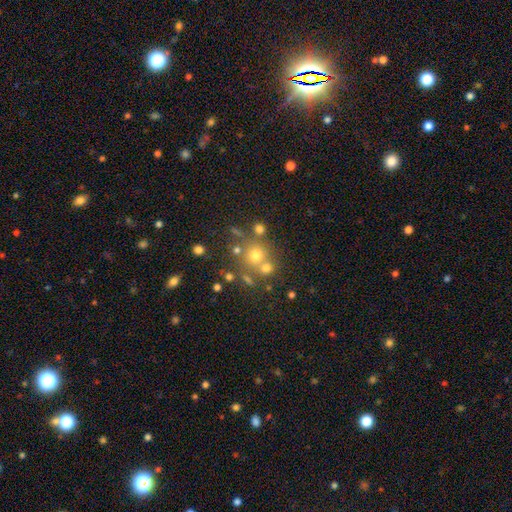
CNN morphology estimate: This is likely a smooth galaxy (60%). How rounded: clearly round (88%). Merging: possibly none (59%).